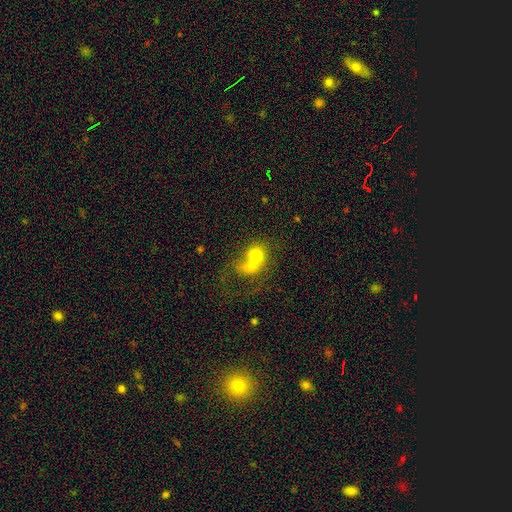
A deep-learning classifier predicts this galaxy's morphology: Smooth or featured: smooth — 61% (featured or disk — 27%)
How rounded: round — 64% (in between — 34%)
Merging: merger — 70% (none — 15%)